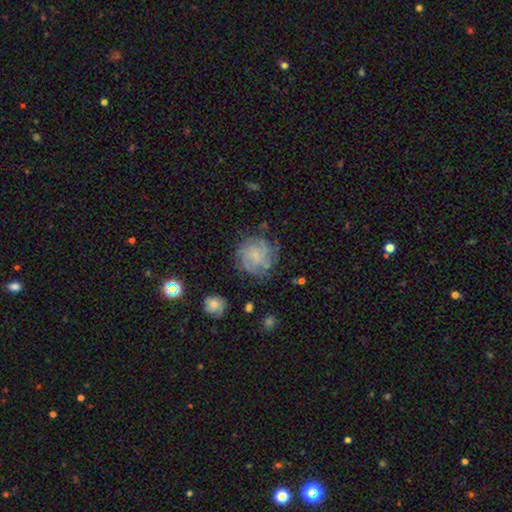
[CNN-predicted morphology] Smooth or featured? featured or disk (51%)
Edge-on disk? no (98%)
Bar? no (75%)
Spiral arms? yes (78%)
Bulge size? small (56%)
Merging? none (68%)